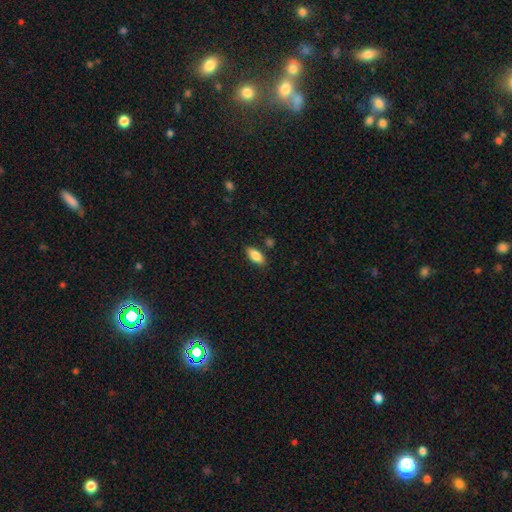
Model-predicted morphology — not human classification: Smooth or featured?
  - smooth: 85% *
  - featured or disk: 8%
  - star or artifact: 7%
How rounded?
  - in between: 88% *
  - cigar-shaped: 9%
  - round: 2%
Merging?
  - none: 85% *
  - minor disturbance: 10%
  - merger: 3%
  - major disturbance: 2%